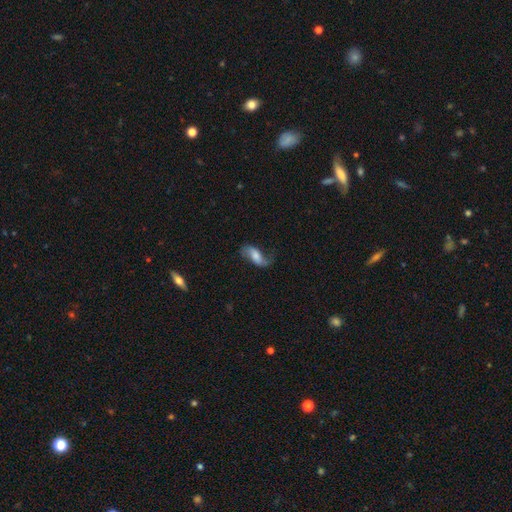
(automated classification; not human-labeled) smooth-or-featured: featured or disk: 55% | smooth: 37% | star or artifact: 8%
  disk-edge-on: no: 91% | yes: 9%
  merging: none: 59% | minor disturbance: 23% | major disturbance: 16% | merger: 2%